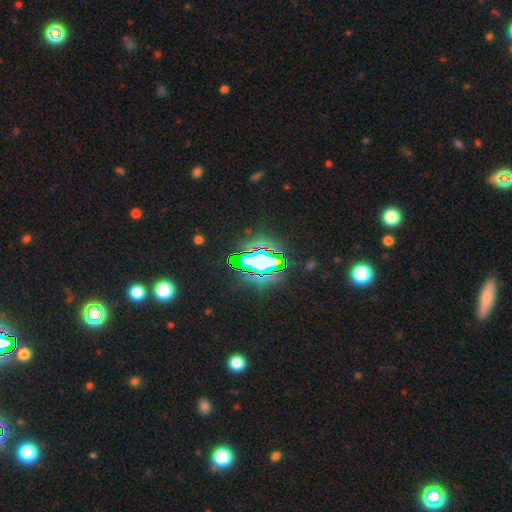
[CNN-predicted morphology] Q: Smooth or featured?
A: star or artifact (78%); runner-up: smooth (13%)